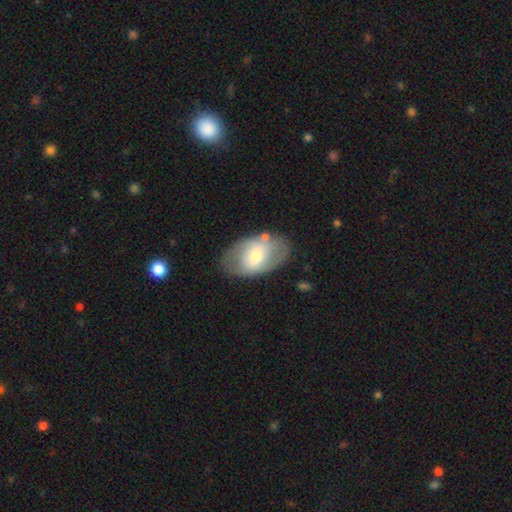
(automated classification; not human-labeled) smooth-or-featured: smooth: 50% | featured or disk: 43% | star or artifact: 6%
  how-rounded: in between: 90% | round: 9% | cigar-shaped: 1%
  merging: none: 71% | minor disturbance: 18% | major disturbance: 7% | merger: 5%